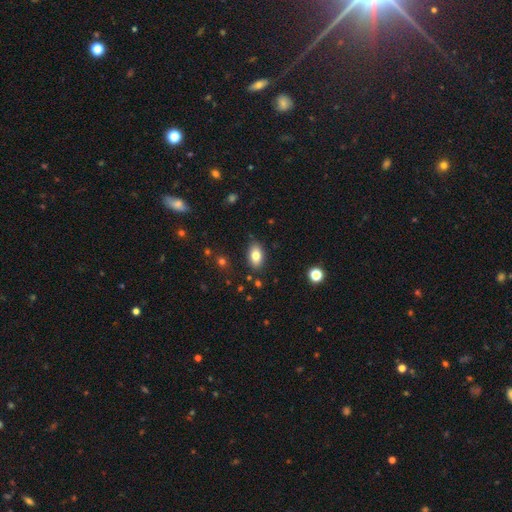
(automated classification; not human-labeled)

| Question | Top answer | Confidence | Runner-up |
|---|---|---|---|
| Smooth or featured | smooth | 80% | featured or disk (12%) |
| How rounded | in between | 90% | round (8%) |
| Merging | none | 84% | minor disturbance (11%) |